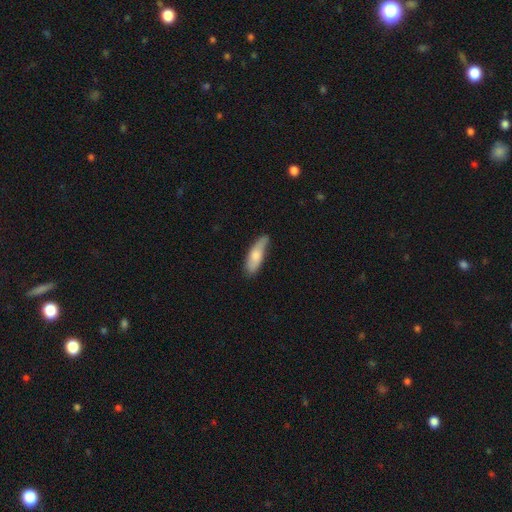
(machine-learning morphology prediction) type=smooth (75%); roundness=in between (50%); merging=none (64%).